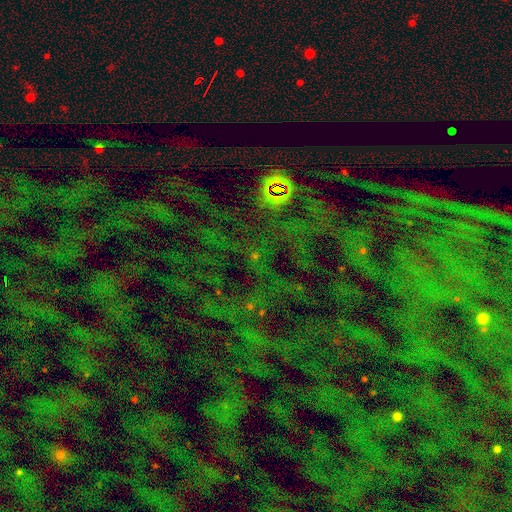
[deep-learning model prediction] This is likely a star or artifact rather than a galaxy (78%).